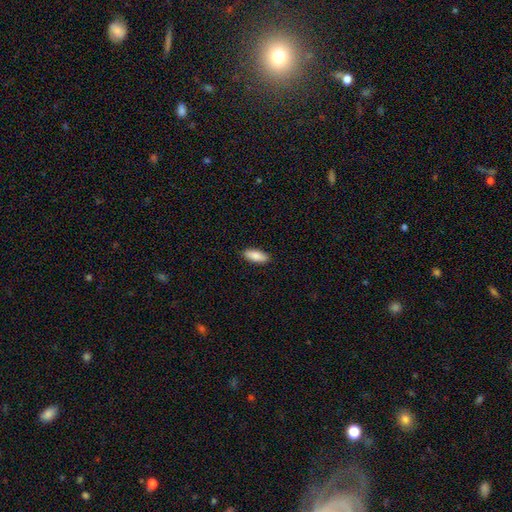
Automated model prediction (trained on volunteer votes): This appears to be a smooth galaxy with no disk features (85%) that is in between round and cigar-shaped (76%). Merging: none (90%).